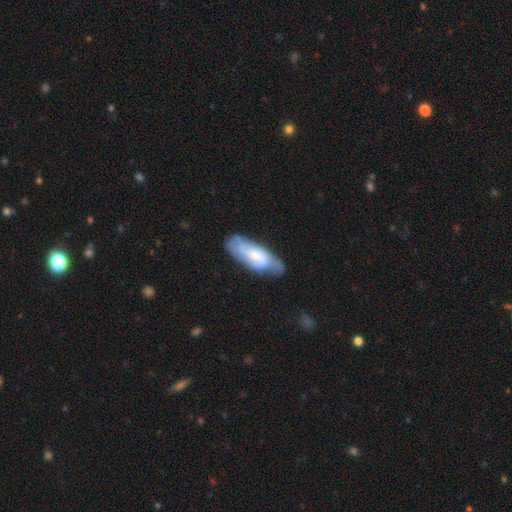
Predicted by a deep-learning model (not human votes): smooth_or_featured: featured or disk (p=0.53) [alt: smooth p=0.40]
disk_edge_on: no (p=0.86) [alt: yes p=0.14]
merging: none (p=0.63) [alt: minor disturbance p=0.27]